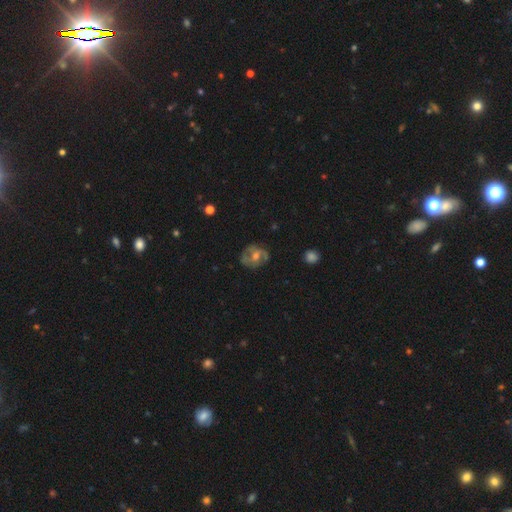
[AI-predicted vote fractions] The model was most divided on "spiral arms": yes: 59%, no: 41%. More confident: edge-on disk — no (96%); merging — none (68%); bulge size — moderate (65%); bar — no (61%); smooth or featured — featured or disk (61%).